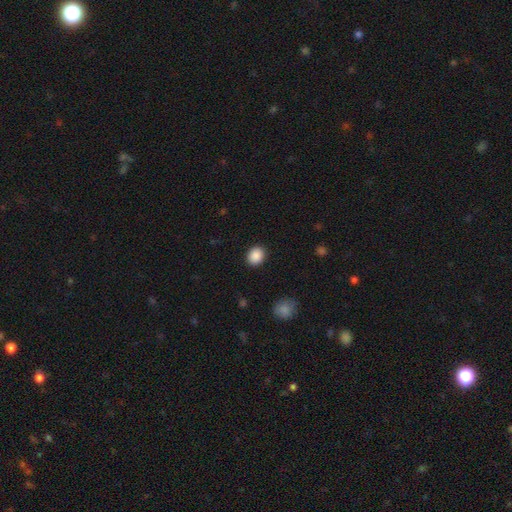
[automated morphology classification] A smooth galaxy with no disk features (89%) that is round (61%). Merging: none (90%).